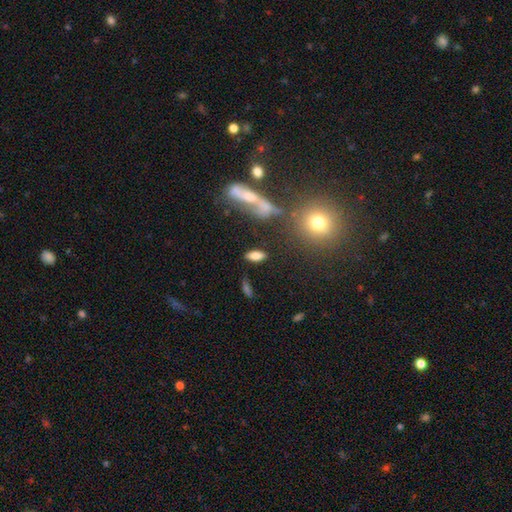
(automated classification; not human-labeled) The model was most divided on "how rounded": in between: 79%, cigar-shaped: 16%, round: 5%. More confident: smooth or featured — smooth (77%); merging — none (76%).